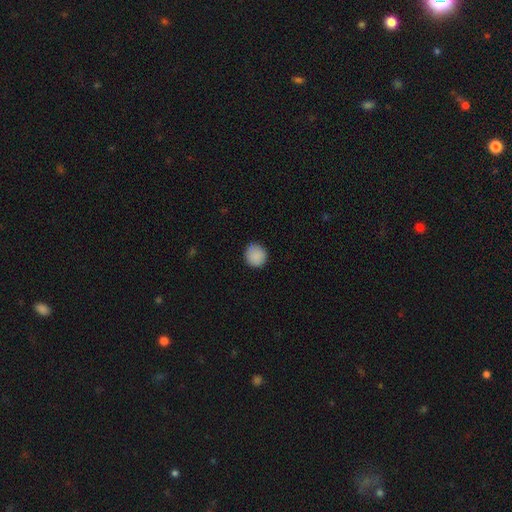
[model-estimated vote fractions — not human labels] Morphology: type=smooth (88%); roundness=round (92%); merging=none (83%).